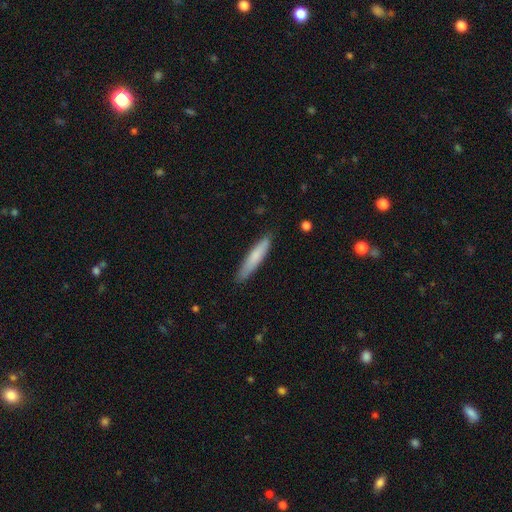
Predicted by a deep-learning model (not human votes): smooth 76%, featured or disk 19%, star or artifact 5%. Down the decision tree: how rounded — cigar-shaped (89%); merging — none (85%).